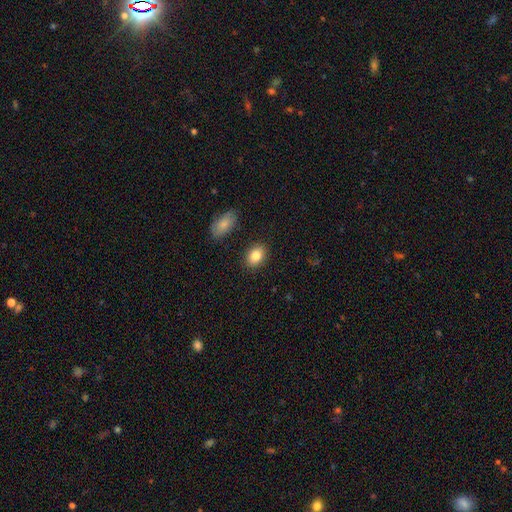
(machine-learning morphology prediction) This appears to be a smooth galaxy with no disk features (84%) that is in between round and cigar-shaped (74%). Merging: none (87%).